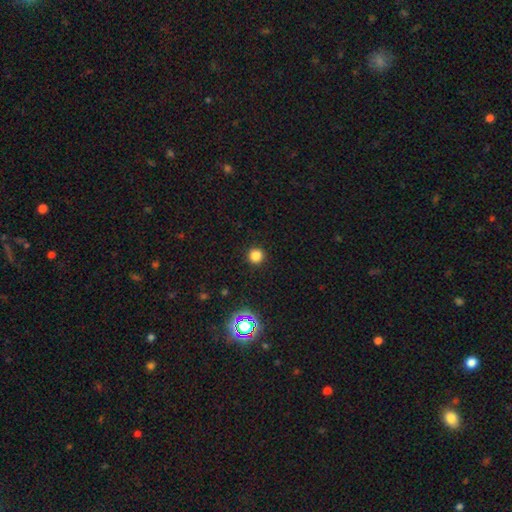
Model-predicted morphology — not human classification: Smooth or featured: smooth — 80% (star or artifact — 16%)
How rounded: round — 95% (in between — 4%)
Merging: none — 92% (minor disturbance — 5%)